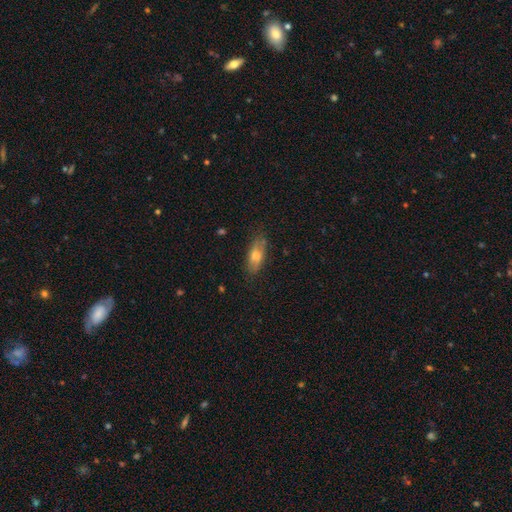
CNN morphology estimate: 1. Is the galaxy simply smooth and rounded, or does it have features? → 64% smooth, 28% featured or disk, 8% star or artifact.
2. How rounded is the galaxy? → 70% in between, 27% cigar-shaped, 3% round.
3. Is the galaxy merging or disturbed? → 75% none, 19% minor disturbance, 5% major disturbance, 2% merger.